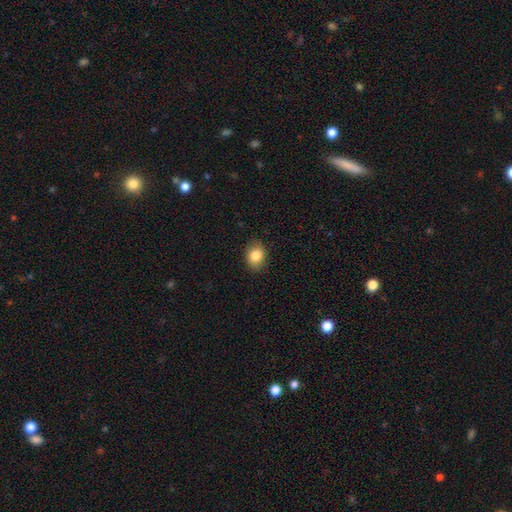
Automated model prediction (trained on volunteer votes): smooth_or_featured: smooth (p=0.84) [alt: star or artifact p=0.09]
how_rounded: in between (p=0.56) [alt: round p=0.43]
merging: none (p=0.86) [alt: minor disturbance p=0.11]